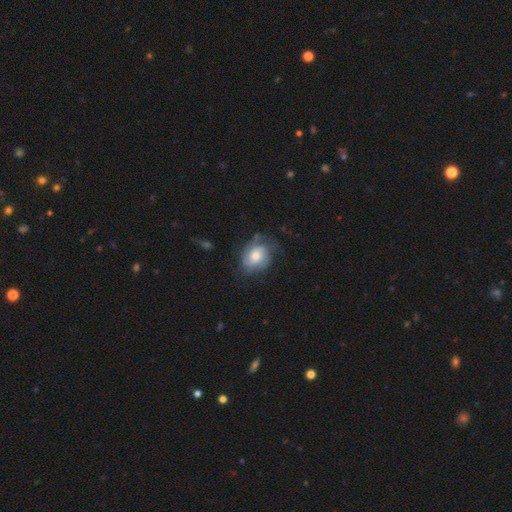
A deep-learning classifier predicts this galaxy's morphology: smooth_or_featured: featured or disk (p=0.55) [alt: smooth p=0.38]
disk_edge_on: no (p=0.97) [alt: yes p=0.03]
bar: no (p=0.75) [alt: weak p=0.22]
has_spiral_arms: yes (p=0.82) [alt: no p=0.18]
bulge_size: moderate (p=0.61) [alt: large p=0.19]
merging: none (p=0.58) [alt: minor disturbance p=0.26]